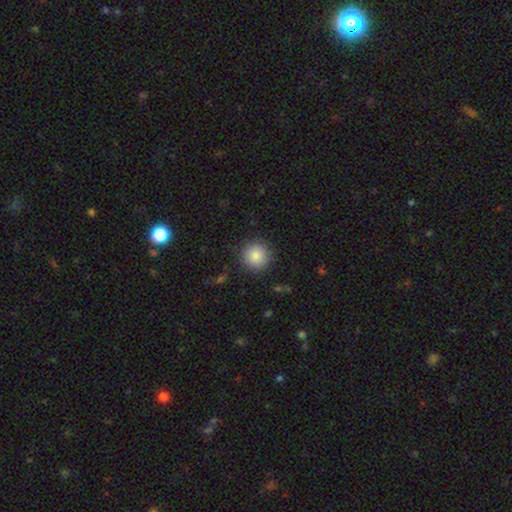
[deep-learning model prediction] Smooth or featured? Predicted: smooth (p=0.84). How rounded? Predicted: round (p=0.95). Merging? Predicted: none (p=0.90).